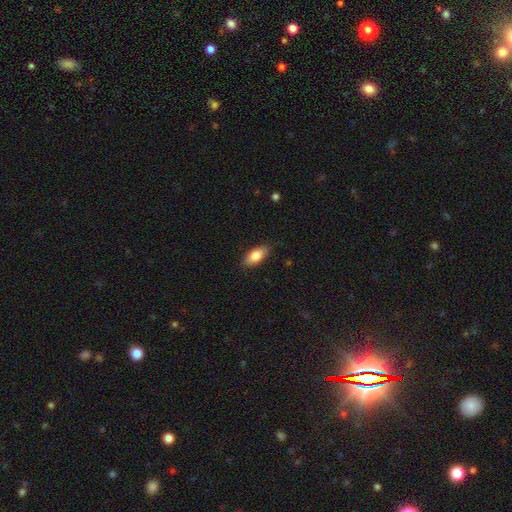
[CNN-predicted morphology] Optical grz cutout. It shows a smooth galaxy with no disk features (80%) that is in between round and cigar-shaped (85%). Merging: none (86%).